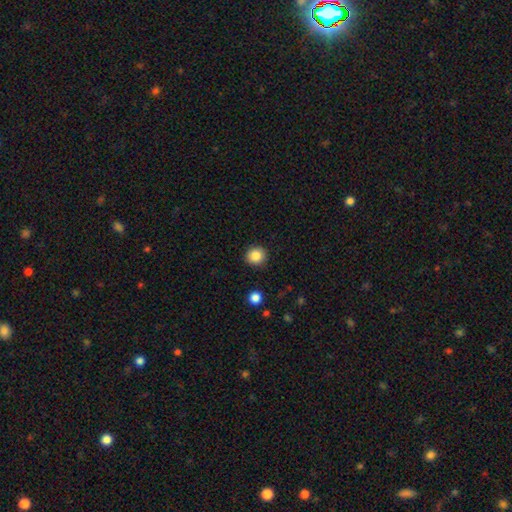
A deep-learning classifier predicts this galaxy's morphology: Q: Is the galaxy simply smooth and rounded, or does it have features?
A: smooth — 86%.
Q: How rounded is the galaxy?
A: round — 91%.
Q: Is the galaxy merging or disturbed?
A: none — 92%.